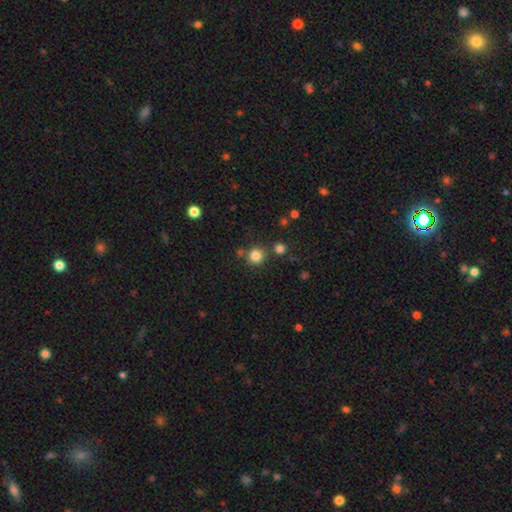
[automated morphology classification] smooth_or_featured: smooth (p=0.83) [alt: star or artifact p=0.13]
how_rounded: round (p=0.93) [alt: in between p=0.06]
merging: none (p=0.79) [alt: merger p=0.10]